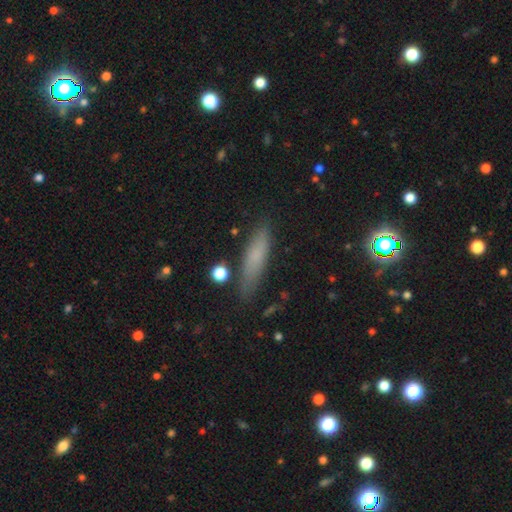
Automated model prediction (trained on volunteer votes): This is likely a smooth galaxy (71%). How rounded: likely cigar-shaped (71%). Merging: likely none (78%).